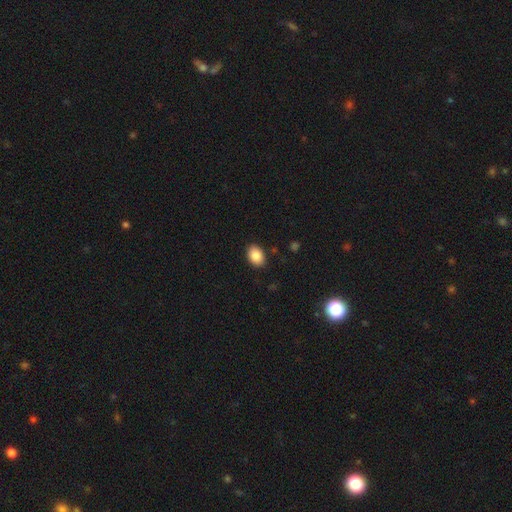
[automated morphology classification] smooth-or-featured: smooth: 87% | star or artifact: 8% | featured or disk: 5%
  how-rounded: in between: 82% | round: 17% | cigar-shaped: 1%
  merging: none: 88% | minor disturbance: 9% | major disturbance: 2% | merger: 1%